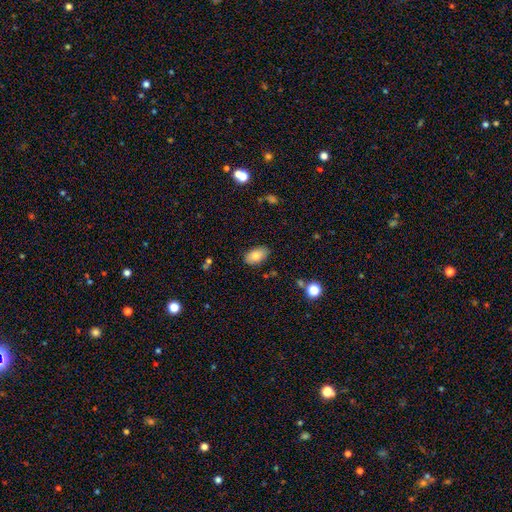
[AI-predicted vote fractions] This appears to be a smooth galaxy with no disk features (80%) that is in between round and cigar-shaped (93%). Merging: none (83%).